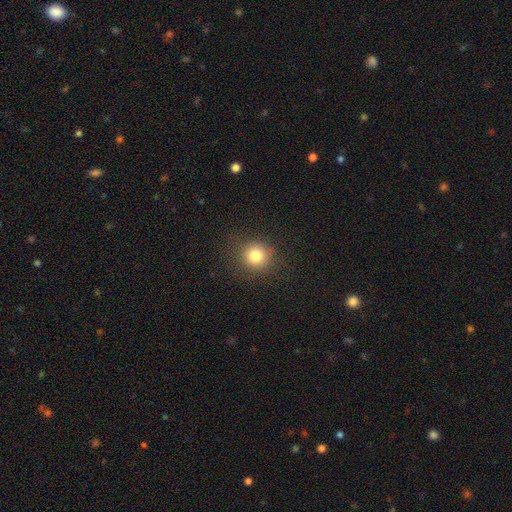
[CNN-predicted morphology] This is clearly a smooth galaxy (80%). How rounded: clearly round (92%). Merging: clearly none (87%).